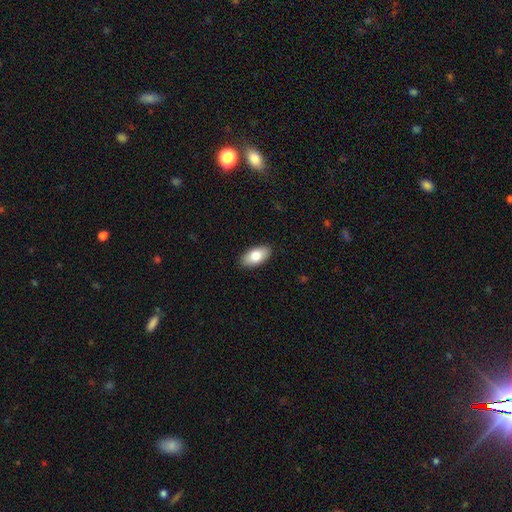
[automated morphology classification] Smooth or featured: smooth — 80% (featured or disk — 14%)
How rounded: in between — 93% (cigar-shaped — 3%)
Merging: none — 89% (minor disturbance — 8%)